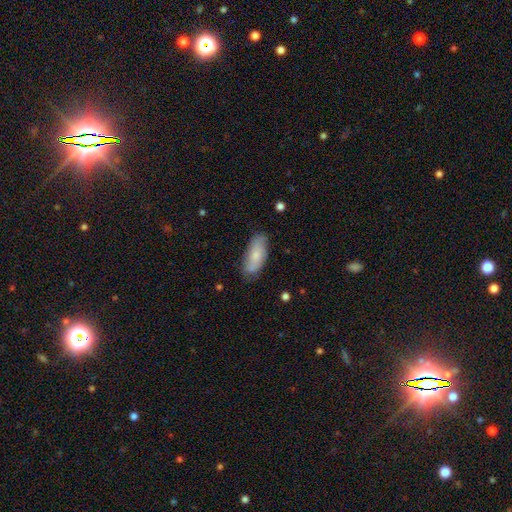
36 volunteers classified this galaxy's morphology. smooth 56%, featured or disk 39%, star or artifact 6%. Down the decision tree: how rounded — in between (50%, tied with cigar-shaped); merging — none (68%).